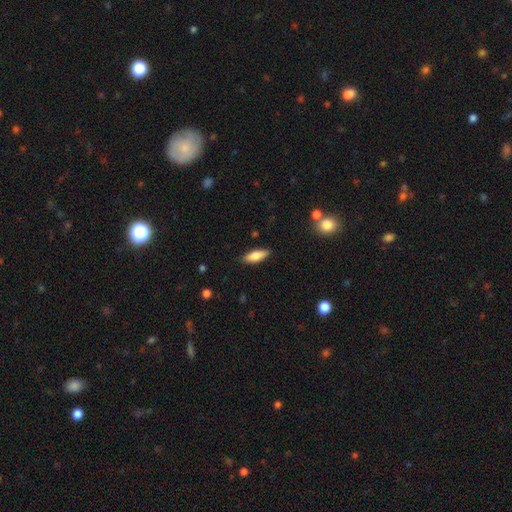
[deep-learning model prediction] Q: Smooth or featured?
A: smooth (80%); runner-up: featured or disk (14%)
Q: How rounded?
A: in between (64%); runner-up: cigar-shaped (34%)
Q: Merging?
A: none (85%); runner-up: minor disturbance (12%)